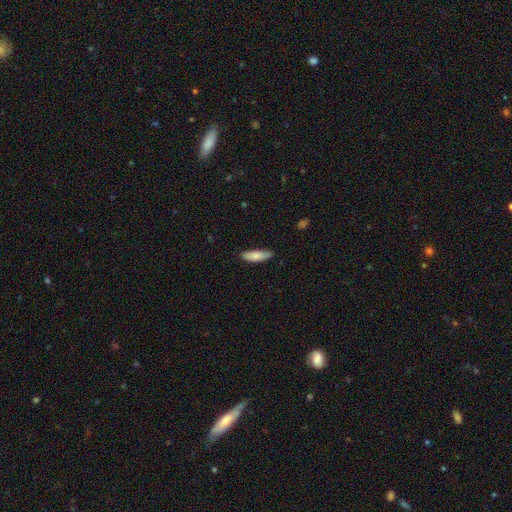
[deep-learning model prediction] smooth 82%, featured or disk 13%, star or artifact 6%. Down the decision tree: how rounded — cigar-shaped (55%); merging — none (81%).